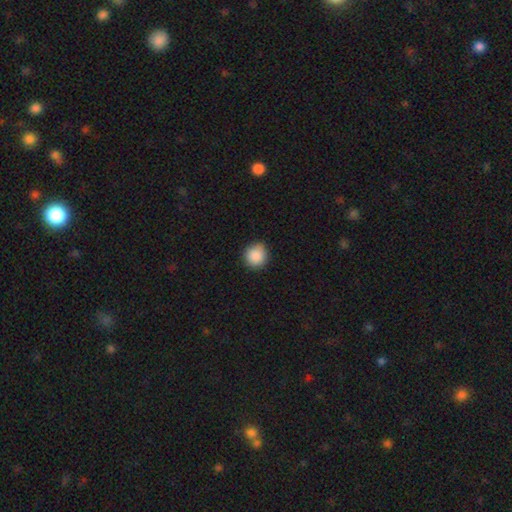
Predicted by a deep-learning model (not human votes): Q: Smooth or featured?
A: smooth (89%); runner-up: star or artifact (8%)
Q: How rounded?
A: round (92%); runner-up: in between (7%)
Q: Merging?
A: none (87%); runner-up: minor disturbance (10%)